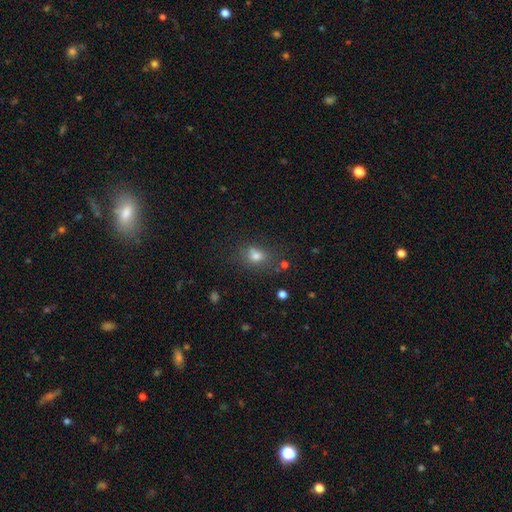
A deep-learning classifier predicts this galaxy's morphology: A smooth galaxy with no disk features (73%) that is round (54%).

Vote fractions:
- Smooth or featured? smooth: 73% / star or artifact: 16% / featured or disk: 10%
- How rounded? round: 54% / in between: 44% / cigar-shaped: 1%
- Merging? none: 57% / merger: 18% / minor disturbance: 17% / major disturbance: 7%